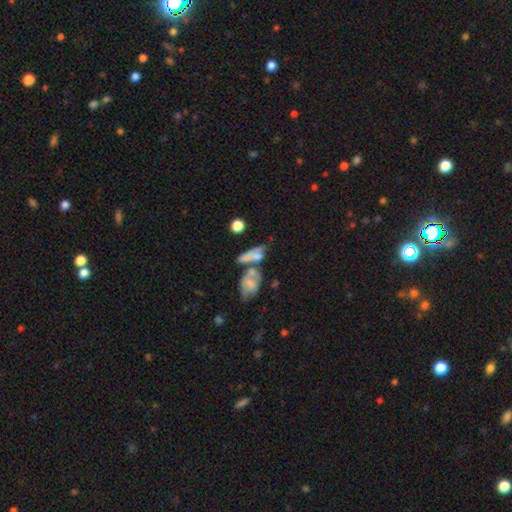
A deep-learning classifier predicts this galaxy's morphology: Smooth or featured? Predicted: smooth (p=0.62). How rounded? Predicted: in between (p=0.67). Merging? Predicted: merger (p=0.44).